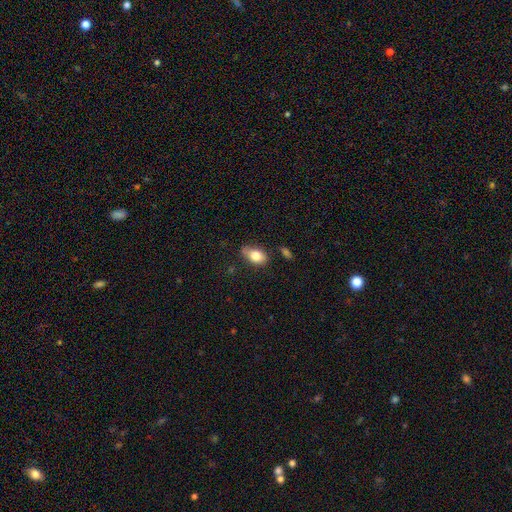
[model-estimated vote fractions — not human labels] Overall: smooth (78%). How rounded: in between (85%). Merging: none (59%; minor disturbance 30%).